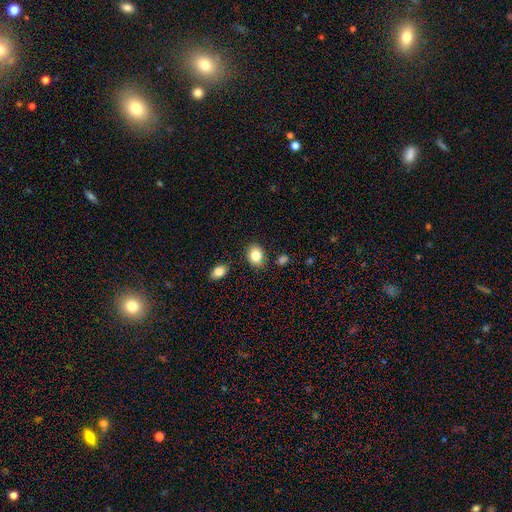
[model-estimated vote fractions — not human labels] smooth 84%, star or artifact 9%, featured or disk 8%. Down the decision tree: how rounded — in between (60%); merging — none (82%).